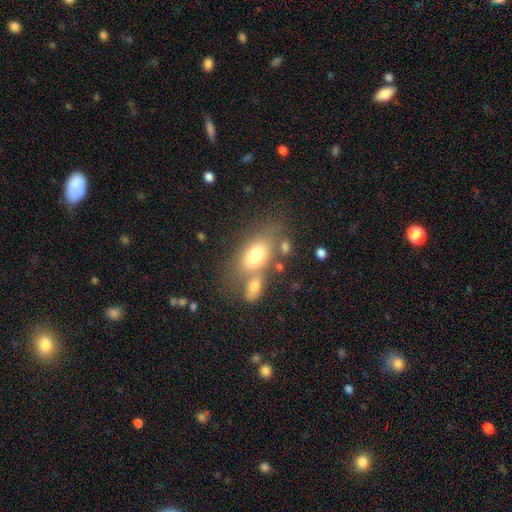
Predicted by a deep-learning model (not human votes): Q: Smooth or featured?
A: smooth (71%); runner-up: featured or disk (20%)
Q: How rounded?
A: in between (83%); runner-up: round (12%)
Q: Merging?
A: none (49%); runner-up: merger (30%)